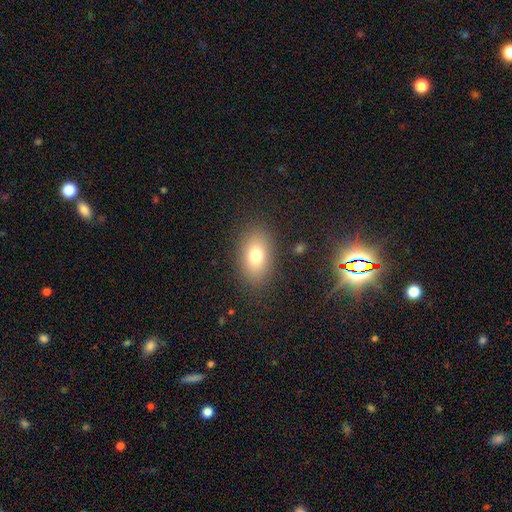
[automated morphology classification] Smooth or featured: smooth — 76% (featured or disk — 13%)
How rounded: in between — 84% (round — 14%)
Merging: none — 85% (minor disturbance — 10%)